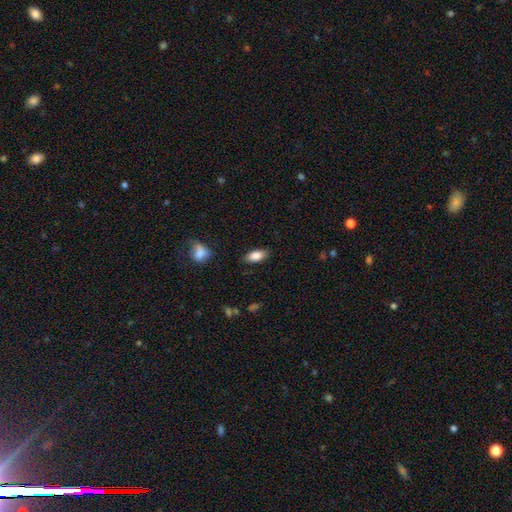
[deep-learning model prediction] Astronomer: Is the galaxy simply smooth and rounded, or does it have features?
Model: smooth — 85%.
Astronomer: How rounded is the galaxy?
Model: in between — 88%.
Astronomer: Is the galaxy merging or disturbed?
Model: none — 84%.